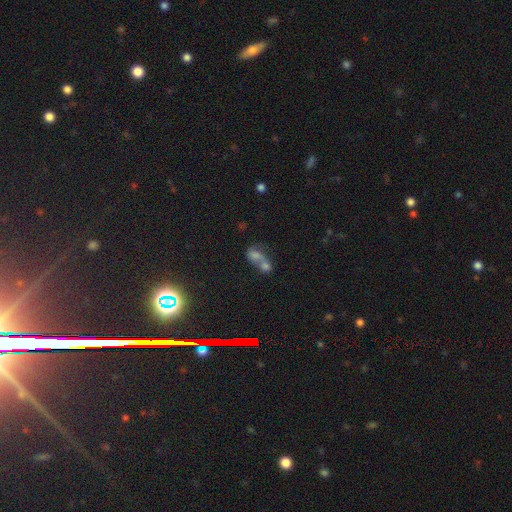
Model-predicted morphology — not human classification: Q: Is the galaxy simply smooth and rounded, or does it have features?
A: smooth — 56%.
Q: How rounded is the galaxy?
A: in between — 65%.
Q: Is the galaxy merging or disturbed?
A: merger — 73%.